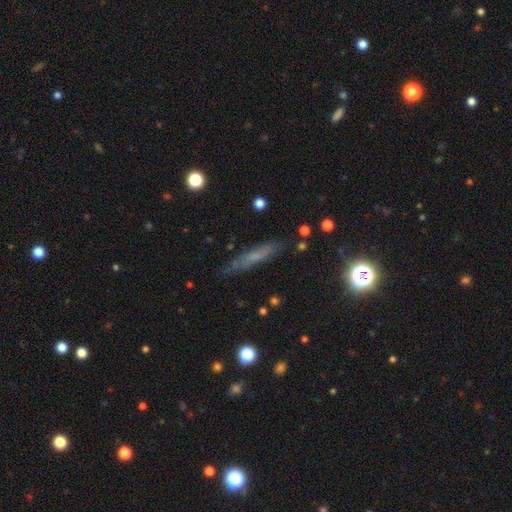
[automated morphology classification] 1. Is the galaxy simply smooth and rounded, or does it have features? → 55% smooth, 32% featured or disk, 12% star or artifact.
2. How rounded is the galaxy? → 84% cigar-shaped, 13% in between, 3% round.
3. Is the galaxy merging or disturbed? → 78% none, 15% minor disturbance, 4% major disturbance, 2% merger.